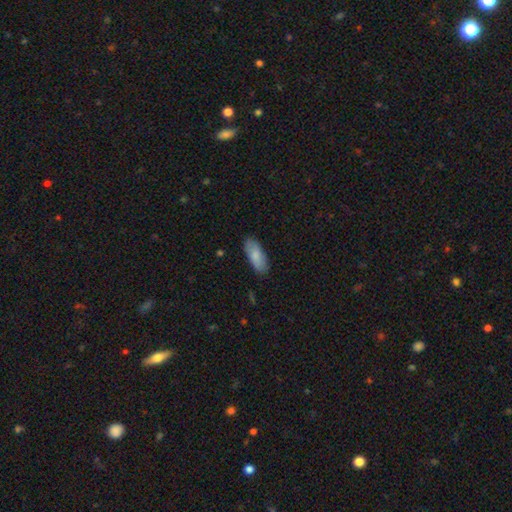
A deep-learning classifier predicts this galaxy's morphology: type=smooth (84%); roundness=in between (79%); merging=none (84%).